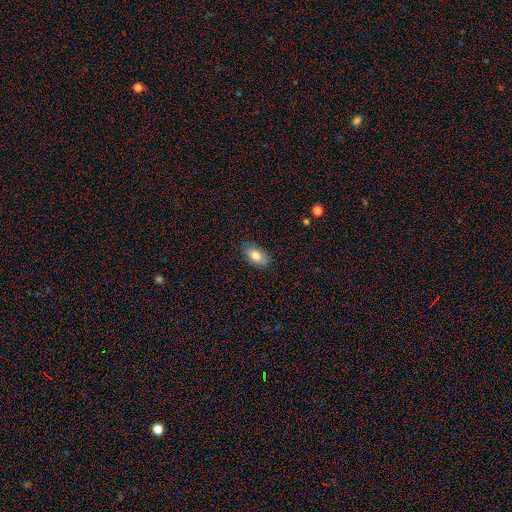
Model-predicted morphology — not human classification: This appears to be a smooth galaxy with no disk features (80%) that is in between round and cigar-shaped (90%). Merging: none (82%).